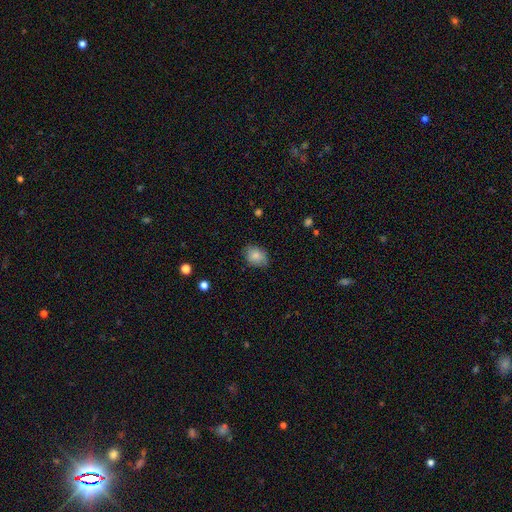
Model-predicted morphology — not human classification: A smooth galaxy with no disk features (84%) that is in between round and cigar-shaped (67%). Merging: none (79%).